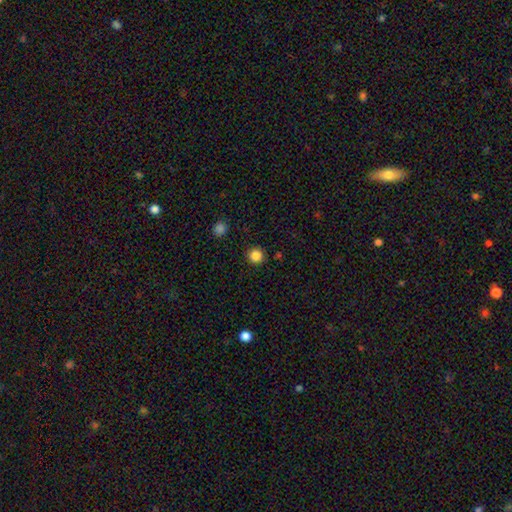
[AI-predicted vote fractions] Smooth or featured: smooth — 85% (star or artifact — 12%)
How rounded: round — 95% (in between — 4%)
Merging: none — 92% (minor disturbance — 5%)